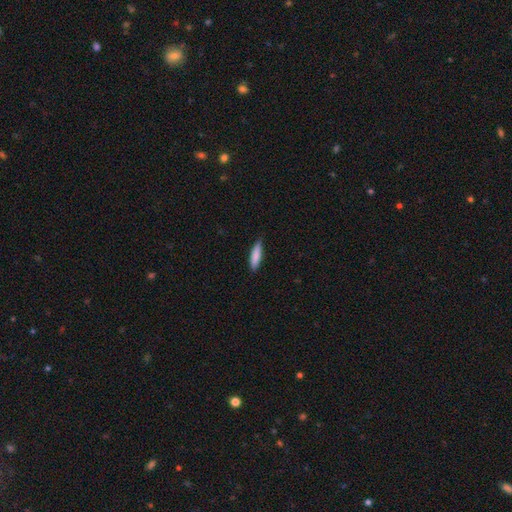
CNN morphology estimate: Smooth or featured: smooth — 85% (featured or disk — 9%)
How rounded: cigar-shaped — 69% (in between — 30%)
Merging: none — 81% (minor disturbance — 16%)